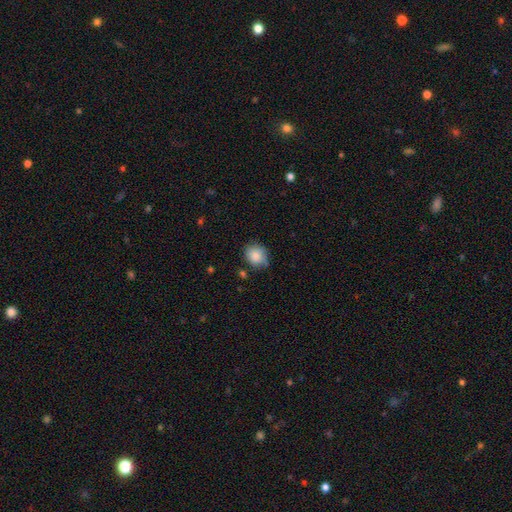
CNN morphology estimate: Smooth or featured? smooth (85%)
How rounded? round (71%)
Merging? none (68%)